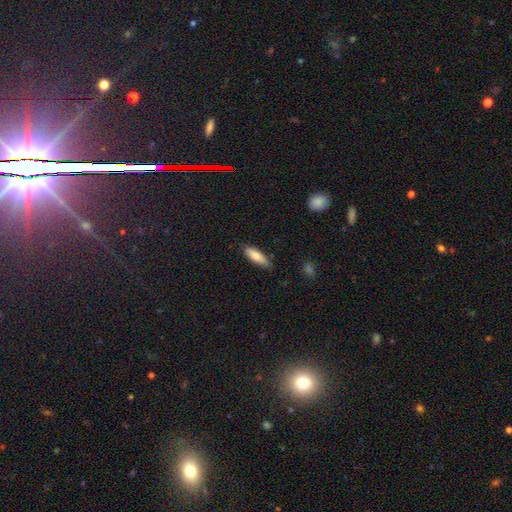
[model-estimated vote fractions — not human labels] Overall: smooth (82%). How rounded: in between (51%; cigar-shaped 48%). Merging: none (80%).